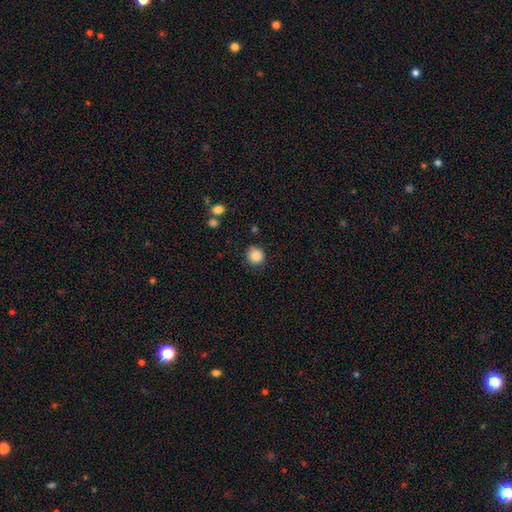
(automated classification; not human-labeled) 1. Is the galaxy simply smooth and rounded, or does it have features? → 87% smooth, 10% star or artifact, 3% featured or disk.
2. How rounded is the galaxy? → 91% round, 8% in between, 1% cigar-shaped.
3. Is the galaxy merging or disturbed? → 85% none, 11% minor disturbance, 3% major disturbance, 2% merger.